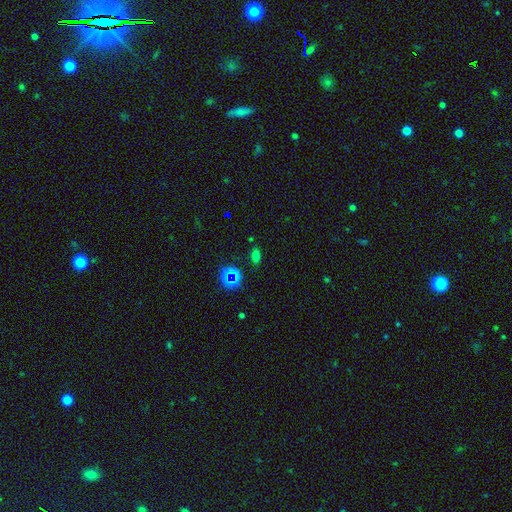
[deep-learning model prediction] The model was most divided on "smooth or featured": smooth: 63%, star or artifact: 29%, featured or disk: 8%. More confident: merging — none (82%); how rounded — in between (80%).